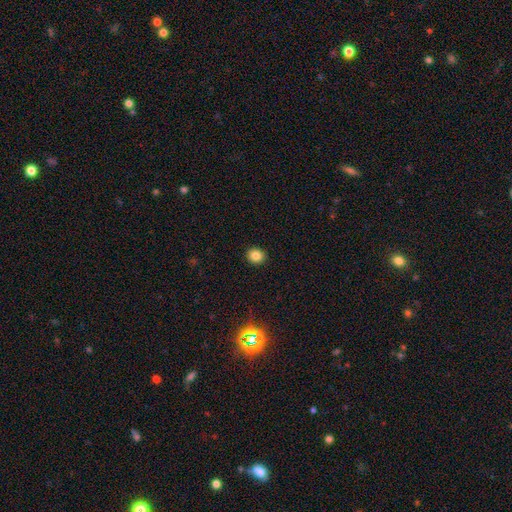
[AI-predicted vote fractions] The model was most divided on "how rounded": round: 77%, in between: 22%, cigar-shaped: 1%. More confident: merging — none (92%); smooth or featured — smooth (83%).